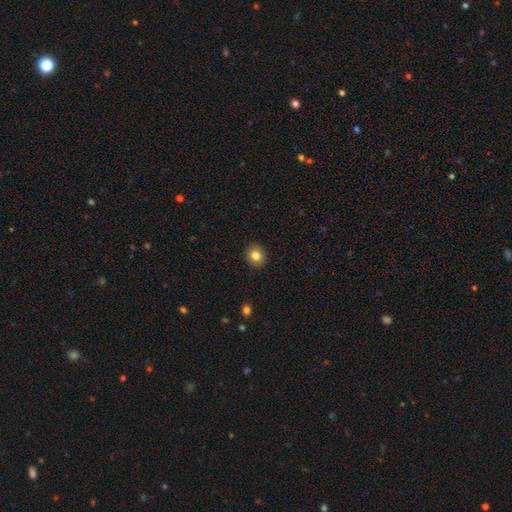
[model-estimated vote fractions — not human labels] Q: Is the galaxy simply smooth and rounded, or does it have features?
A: smooth — 82%.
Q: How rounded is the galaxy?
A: round — 80%.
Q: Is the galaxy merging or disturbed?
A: none — 91%.